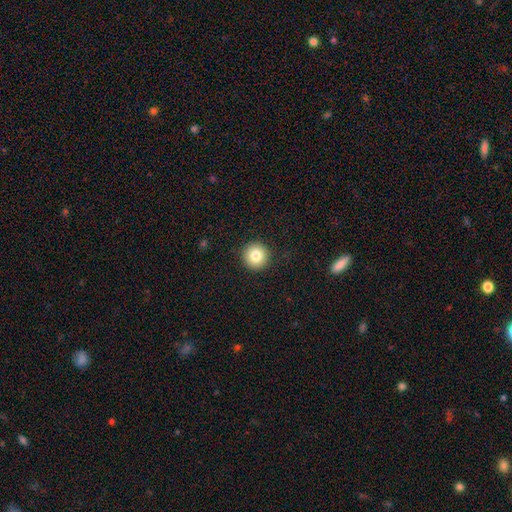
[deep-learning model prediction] Smooth or featured?
  - smooth: 83% *
  - star or artifact: 10%
  - featured or disk: 8%
How rounded?
  - round: 96% *
  - in between: 3%
  - cigar-shaped: 1%
Merging?
  - none: 92% *
  - minor disturbance: 5%
  - major disturbance: 2%
  - merger: 1%